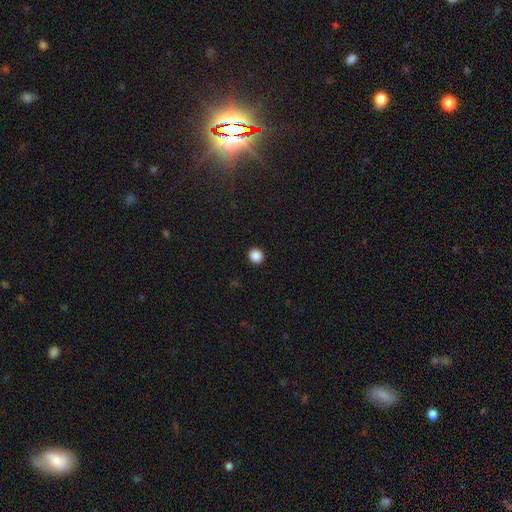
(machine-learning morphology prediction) This appears to be a smooth galaxy with no disk features (88%) that is round (89%). Merging: none (93%).